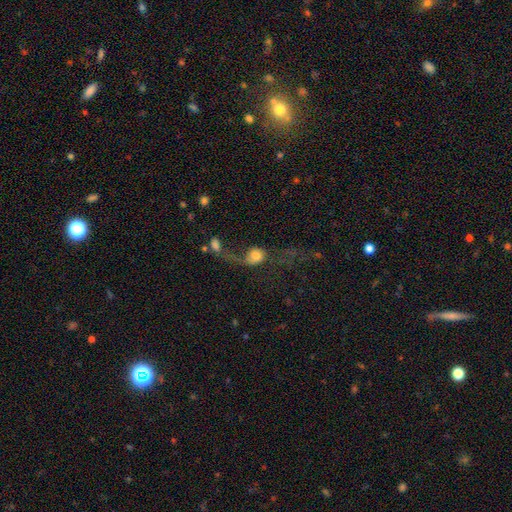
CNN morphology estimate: The model was most divided on "merging": major disturbance: 44%, merger: 26%, none: 19%, minor disturbance: 11%. More confident: how rounded — round (61%); smooth or featured — smooth (54%).